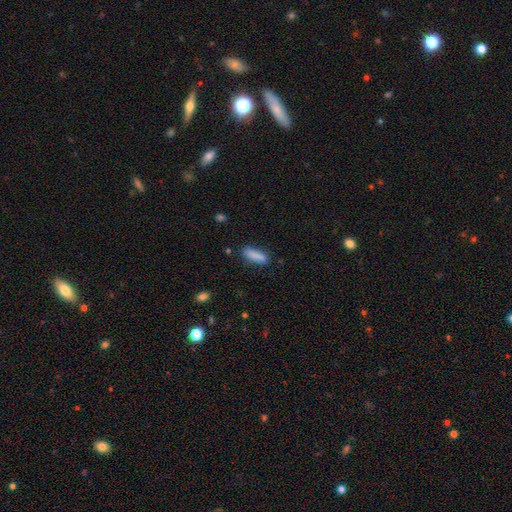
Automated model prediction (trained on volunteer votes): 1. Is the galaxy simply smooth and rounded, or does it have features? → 86% smooth, 7% star or artifact, 7% featured or disk.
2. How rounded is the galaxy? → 60% cigar-shaped, 38% in between, 2% round.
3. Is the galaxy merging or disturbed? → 81% none, 13% minor disturbance, 3% major disturbance, 2% merger.